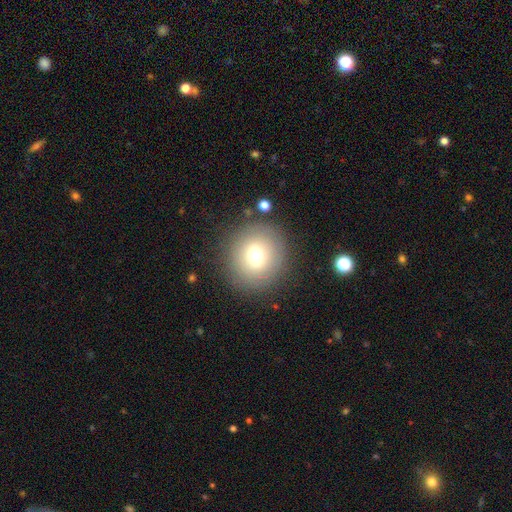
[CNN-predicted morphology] Smooth or featured?
  - smooth: 63% *
  - featured or disk: 26%
  - star or artifact: 11%
How rounded?
  - round: 84% *
  - in between: 15%
  - cigar-shaped: 1%
Merging?
  - none: 83% *
  - minor disturbance: 9%
  - major disturbance: 4%
  - merger: 3%